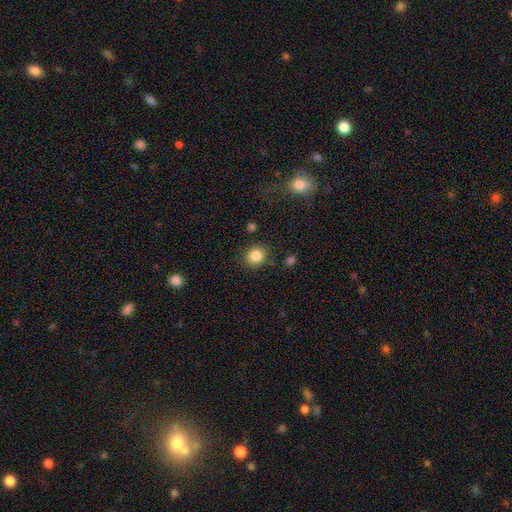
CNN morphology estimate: A smooth galaxy with no disk features (84%) that is round (81%).

Vote fractions:
- Smooth or featured? smooth: 84% / star or artifact: 10% / featured or disk: 6%
- How rounded? round: 81% / in between: 18% / cigar-shaped: 1%
- Merging? none: 84% / minor disturbance: 10% / major disturbance: 3% / merger: 3%